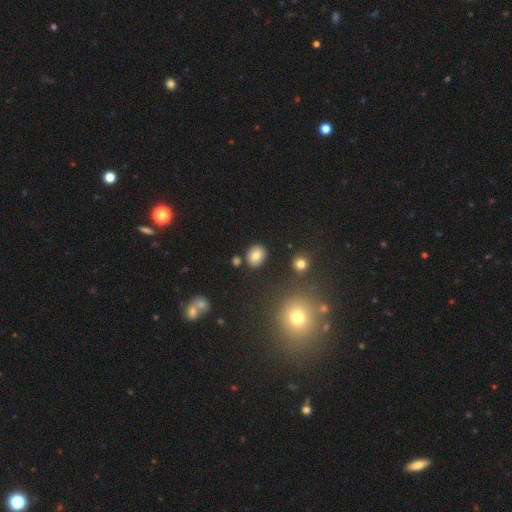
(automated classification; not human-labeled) Smooth or featured?
  - smooth: 79% *
  - star or artifact: 11%
  - featured or disk: 9%
How rounded?
  - in between: 53% *
  - round: 46%
  - cigar-shaped: 1%
Merging?
  - none: 85% *
  - minor disturbance: 8%
  - merger: 4%
  - major disturbance: 2%